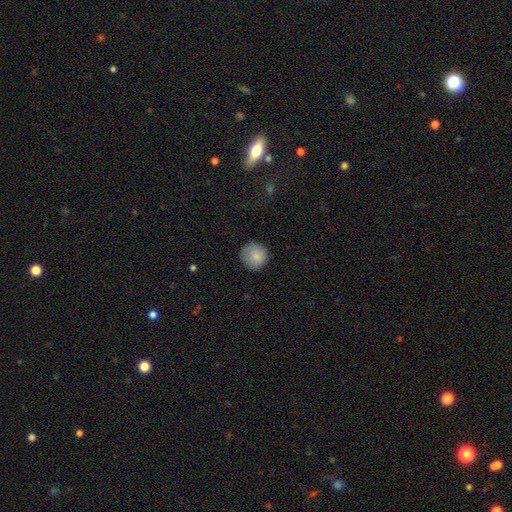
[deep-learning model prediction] Morphology: type=smooth (86%); roundness=round (89%); merging=none (82%).